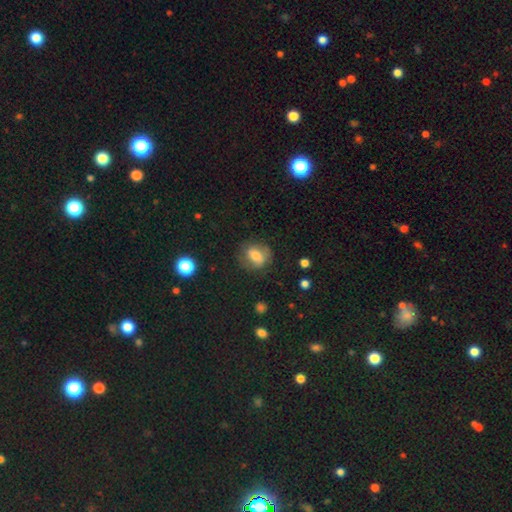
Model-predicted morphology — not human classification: Smooth or featured: smooth — 63% (featured or disk — 27%)
How rounded: round — 55% (in between — 43%)
Merging: none — 70% (minor disturbance — 19%)